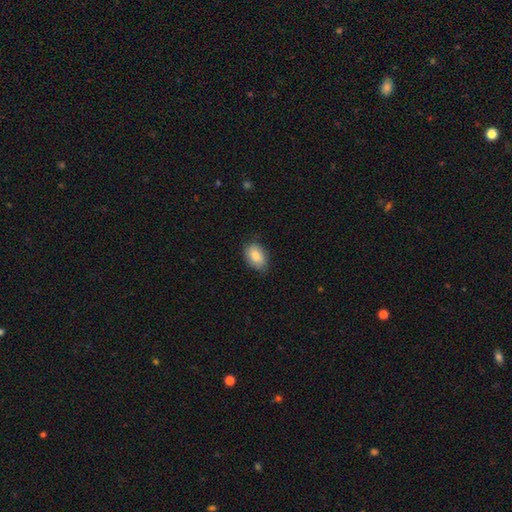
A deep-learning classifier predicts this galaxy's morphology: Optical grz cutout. It shows a smooth galaxy with no disk features (84%) that is in between round and cigar-shaped (84%). Merging: none (77%).